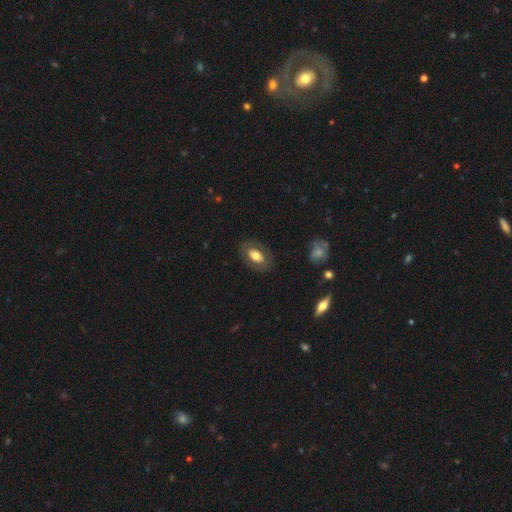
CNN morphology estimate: This appears to be a smooth galaxy with no disk features (66%) that is in between round and cigar-shaped (90%). Merging: none (83%).